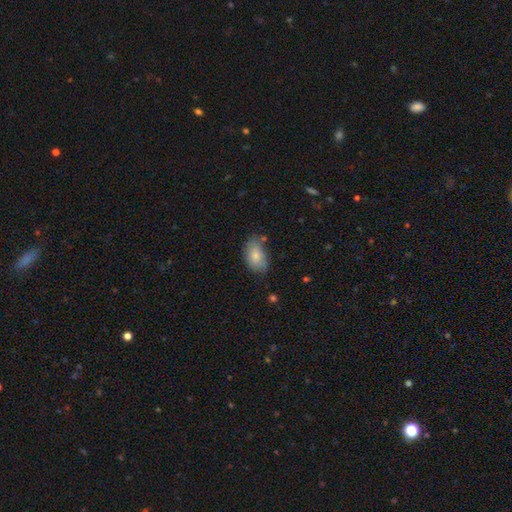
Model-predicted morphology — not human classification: Smooth or featured?
  - smooth: 81% *
  - featured or disk: 12%
  - star or artifact: 7%
How rounded?
  - in between: 90% *
  - round: 8%
  - cigar-shaped: 1%
Merging?
  - none: 68% *
  - minor disturbance: 23%
  - major disturbance: 5%
  - merger: 5%